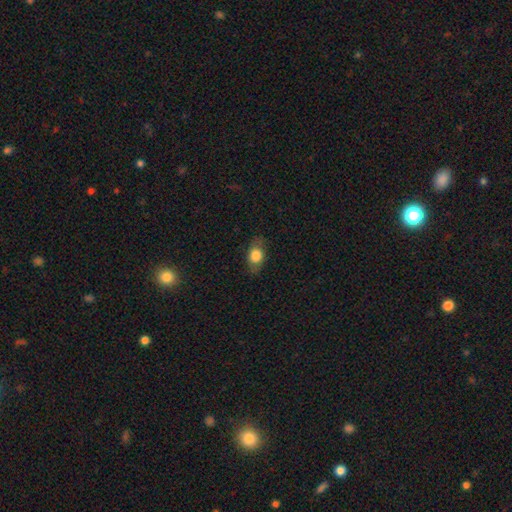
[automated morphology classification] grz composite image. It shows a smooth galaxy with no disk features (76%) that is in between round and cigar-shaped (72%). Merging: none (78%).